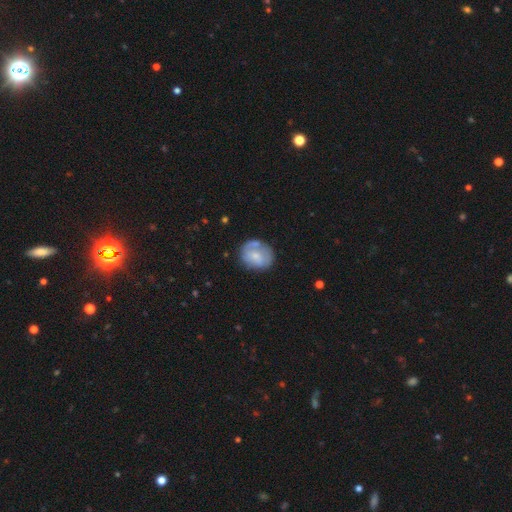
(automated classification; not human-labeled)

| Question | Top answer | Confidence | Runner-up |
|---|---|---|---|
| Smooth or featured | smooth | 55% | featured or disk (38%) |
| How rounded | round | 63% | in between (36%) |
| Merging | none | 57% | minor disturbance (24%) |